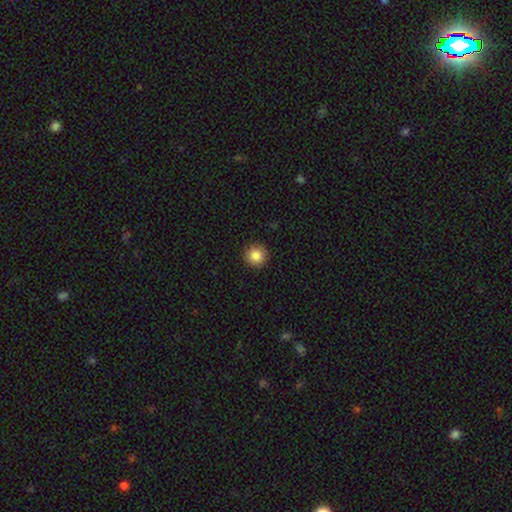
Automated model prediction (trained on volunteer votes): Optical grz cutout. It shows a smooth galaxy with no disk features (86%) that is round (95%). Merging: none (93%).